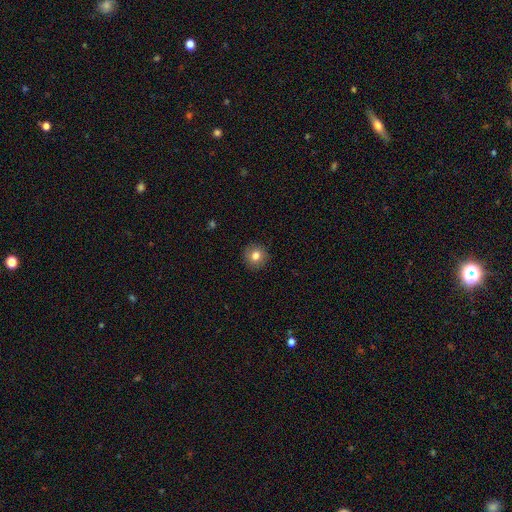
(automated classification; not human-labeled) A smooth galaxy with no disk features (80%) that is round (93%).

Vote fractions:
- Smooth or featured? smooth: 80% / star or artifact: 10% / featured or disk: 10%
- How rounded? round: 93% / in between: 6% / cigar-shaped: 1%
- Merging? none: 91% / minor disturbance: 6% / major disturbance: 2% / merger: 1%